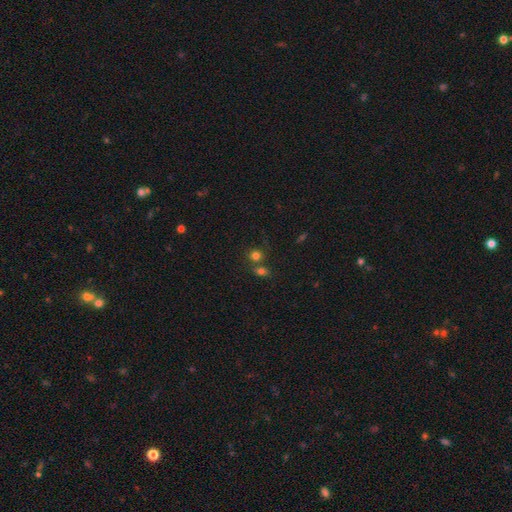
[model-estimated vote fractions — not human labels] smooth 74%, star or artifact 18%, featured or disk 8%. Down the decision tree: how rounded — round (83%); merging — none (58%).